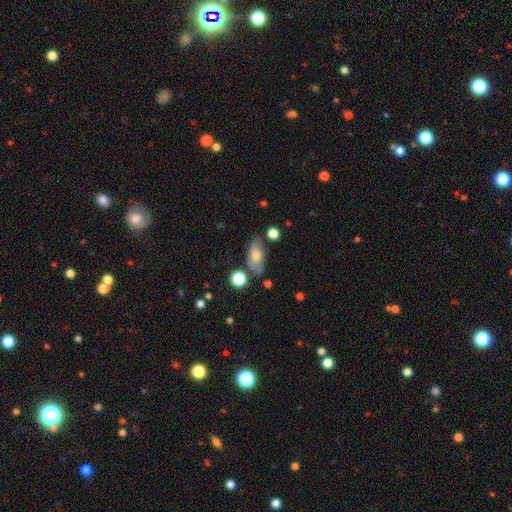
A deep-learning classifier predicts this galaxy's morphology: A smooth galaxy with no disk features (69%) that is in between round and cigar-shaped (86%). Merging: none (70%).